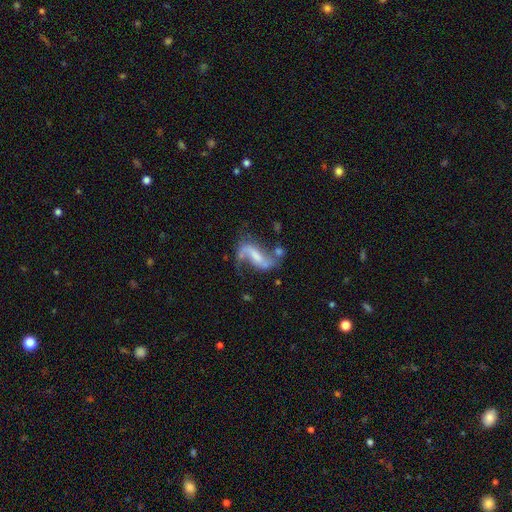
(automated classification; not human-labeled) Morphology: type=featured or disk (78%); edge-on=no (94%); bar=weak (39%); spiral arms=yes (89%); winding=loose (77%); arm count=2 (79%); bulge=none (38%); merging=none (40%).